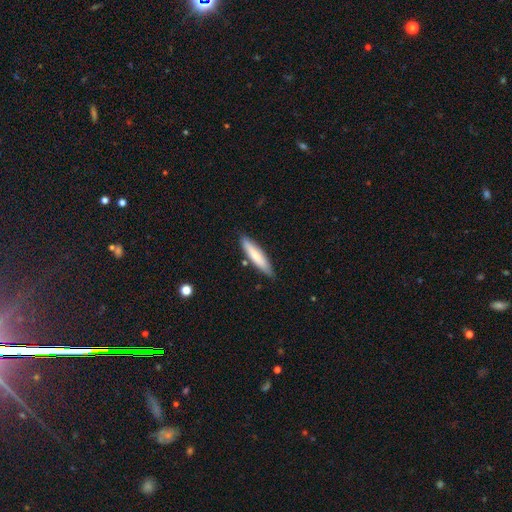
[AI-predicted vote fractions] Morphology: type=smooth (75%); roundness=cigar-shaped (80%); merging=none (82%).